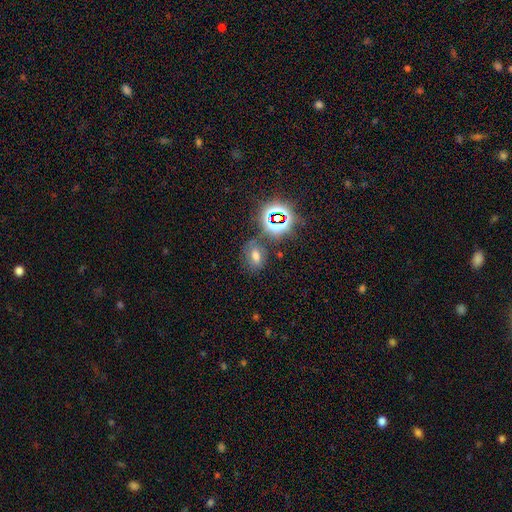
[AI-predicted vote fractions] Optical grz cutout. It shows a smooth galaxy with no disk features (54%) that is in between round and cigar-shaped (66%). Merging: none (68%).